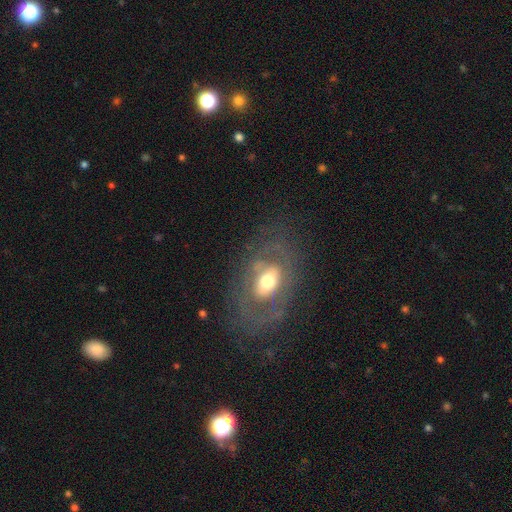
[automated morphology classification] Smooth or featured: featured or disk — 60% (smooth — 26%)
Edge-on disk: no — 91% (yes — 9%)
Bar: no — 63% (weak — 27%)
Spiral arms: yes — 51% (no — 49%)
Bulge size: moderate — 68% (small — 17%)
Merging: none — 80% (minor disturbance — 12%)